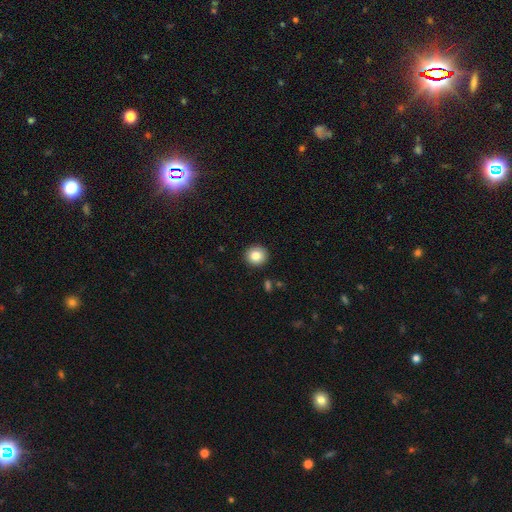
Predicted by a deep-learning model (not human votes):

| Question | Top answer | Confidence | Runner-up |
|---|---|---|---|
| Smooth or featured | smooth | 84% | star or artifact (9%) |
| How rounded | round | 94% | in between (5%) |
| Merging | none | 92% | minor disturbance (5%) |